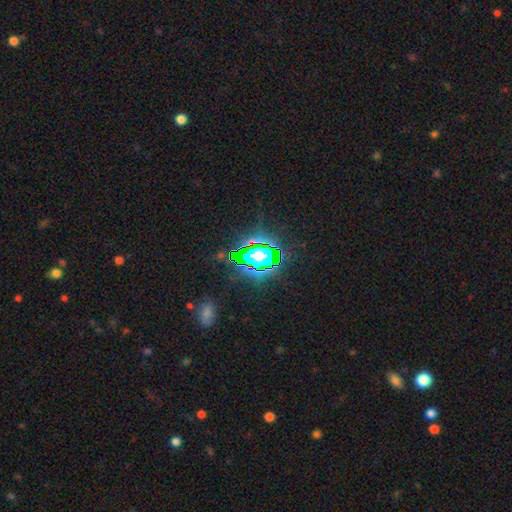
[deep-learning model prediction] smooth-or-featured: star or artifact: 83% | smooth: 10% | featured or disk: 7%